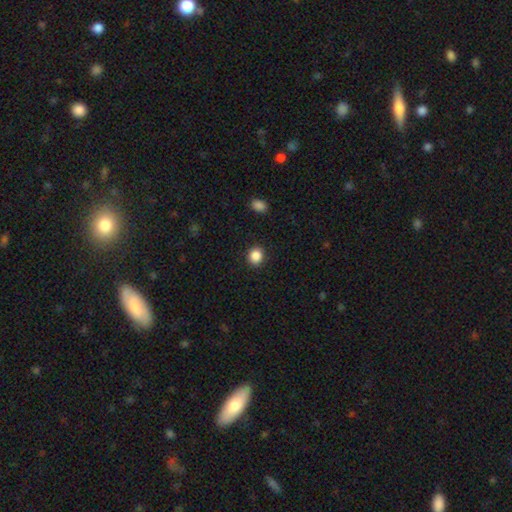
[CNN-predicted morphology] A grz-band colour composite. It shows a smooth galaxy with no disk features (87%) that is round (79%). Merging: none (90%).